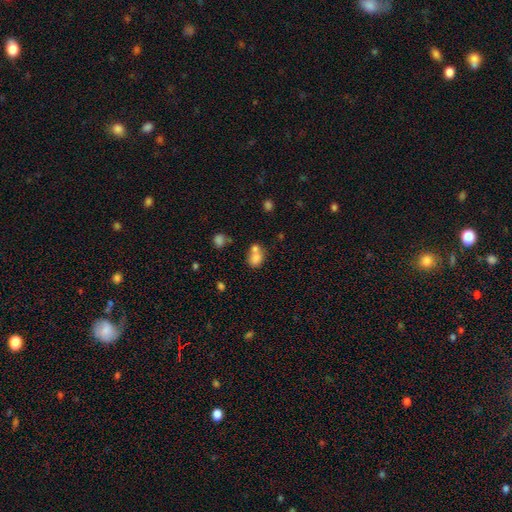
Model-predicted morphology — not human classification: smooth_or_featured: smooth (p=0.76) [alt: featured or disk p=0.12]
how_rounded: round (p=0.51) [alt: in between p=0.48]
merging: merger (p=0.55) [alt: none p=0.32]